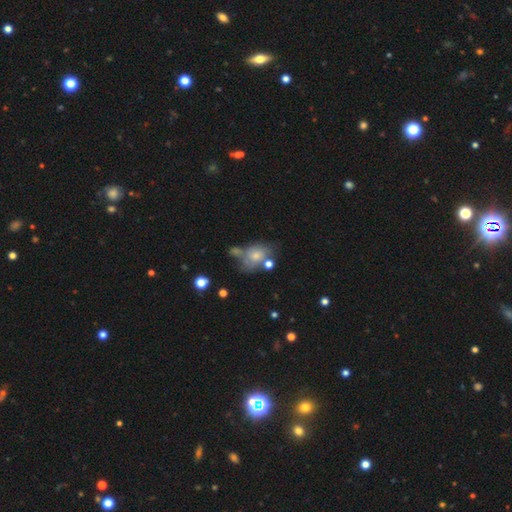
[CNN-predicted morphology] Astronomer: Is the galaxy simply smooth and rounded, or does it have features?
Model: smooth — 61%.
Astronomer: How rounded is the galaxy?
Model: in between — 67%.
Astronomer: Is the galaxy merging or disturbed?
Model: none — 34% (runner-up: merger, 27%).